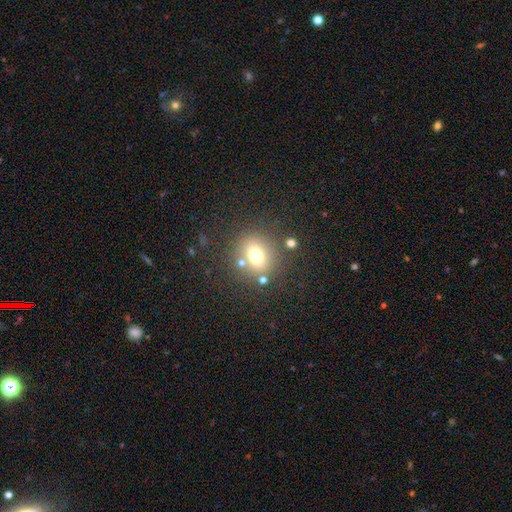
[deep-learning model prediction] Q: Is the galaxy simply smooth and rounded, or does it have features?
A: smooth — 70%.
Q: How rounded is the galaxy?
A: round — 69%.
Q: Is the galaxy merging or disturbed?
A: none — 75%.